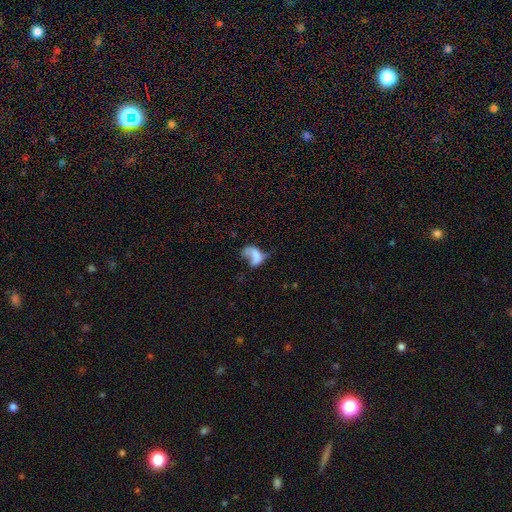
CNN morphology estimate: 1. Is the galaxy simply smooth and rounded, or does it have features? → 50% smooth, 39% featured or disk, 11% star or artifact.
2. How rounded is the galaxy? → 83% in between, 14% round, 3% cigar-shaped.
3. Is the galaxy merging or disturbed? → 49% major disturbance, 20% none, 18% minor disturbance, 13% merger.